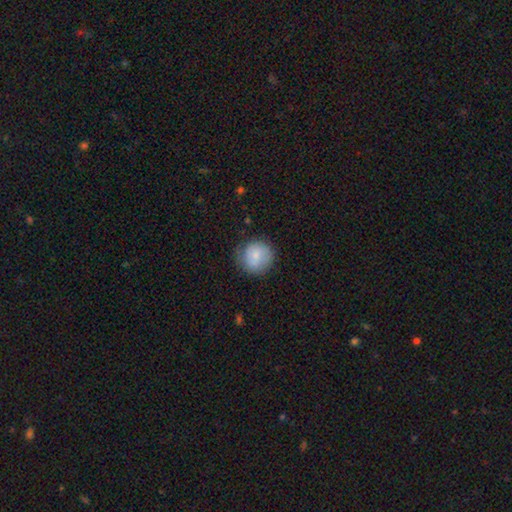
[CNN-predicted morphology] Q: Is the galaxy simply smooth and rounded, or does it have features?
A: smooth — 80%.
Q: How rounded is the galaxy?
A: round — 91%.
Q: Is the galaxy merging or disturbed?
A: none — 72%.